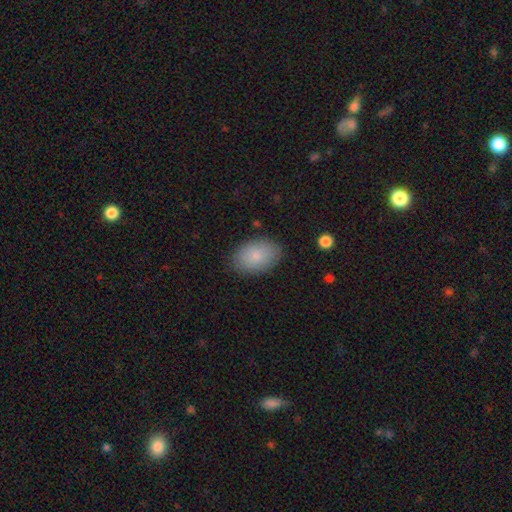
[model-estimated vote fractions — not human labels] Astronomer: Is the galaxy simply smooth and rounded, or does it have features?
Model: smooth — 83%.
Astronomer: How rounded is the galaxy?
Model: in between — 86%.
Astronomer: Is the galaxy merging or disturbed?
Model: none — 85%.